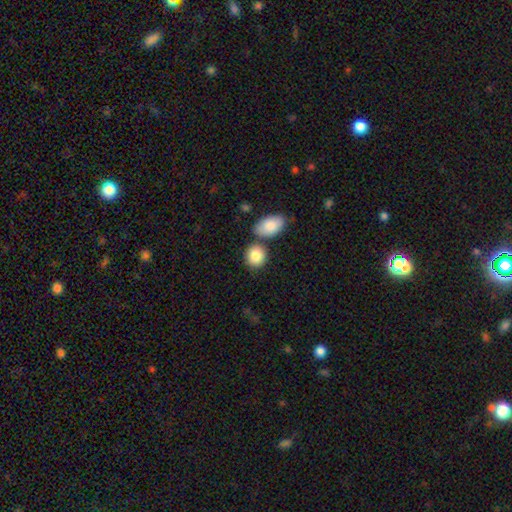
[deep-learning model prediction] smooth-or-featured: smooth: 86% | featured or disk: 7% | star or artifact: 7%
  how-rounded: round: 65% | in between: 34% | cigar-shaped: 1%
  merging: none: 66% | merger: 20% | minor disturbance: 11% | major disturbance: 3%